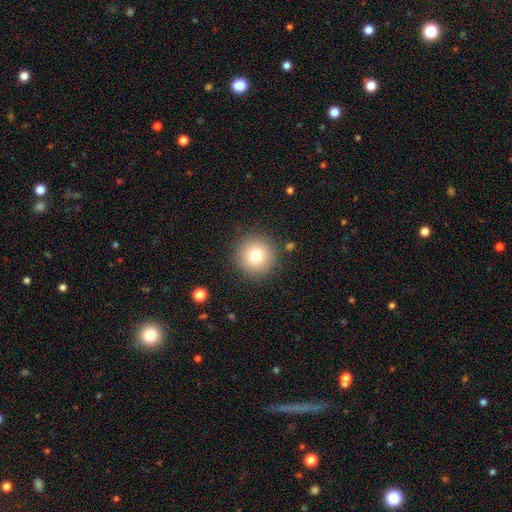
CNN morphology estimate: Overall: smooth (78%). How rounded: round (96%). Merging: none (89%).